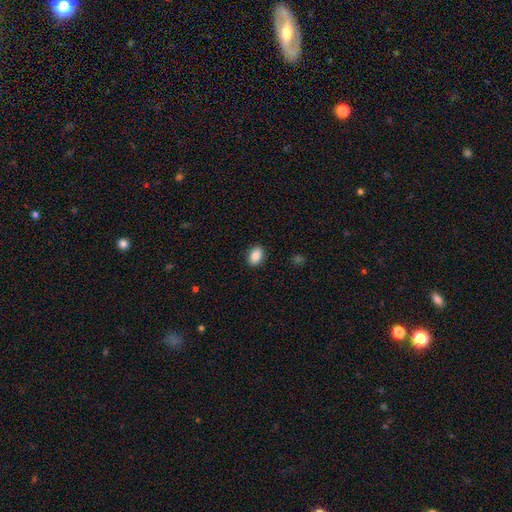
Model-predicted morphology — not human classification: Q: Smooth or featured?
A: smooth (87%); runner-up: star or artifact (8%)
Q: How rounded?
A: in between (81%); runner-up: round (18%)
Q: Merging?
A: none (90%); runner-up: minor disturbance (7%)